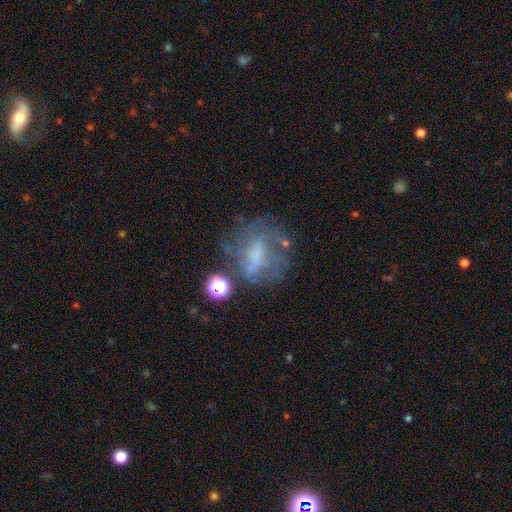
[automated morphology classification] This is possibly a featured or disk galaxy (52%). It is clearly not viewed edge-on (95%). Merging: possibly none (51%).